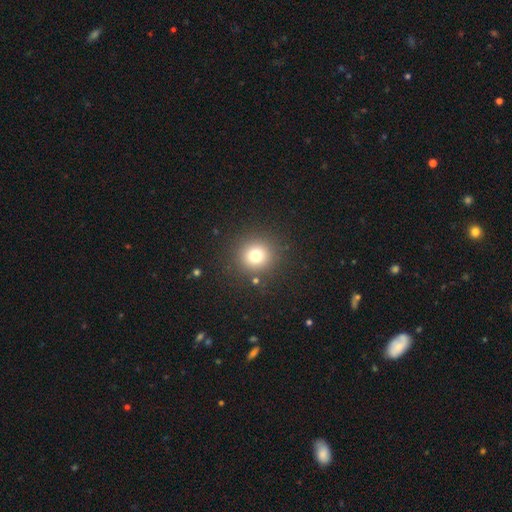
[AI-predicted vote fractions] Smooth or featured? Predicted: smooth (p=0.75). How rounded? Predicted: round (p=0.93). Merging? Predicted: none (p=0.88).